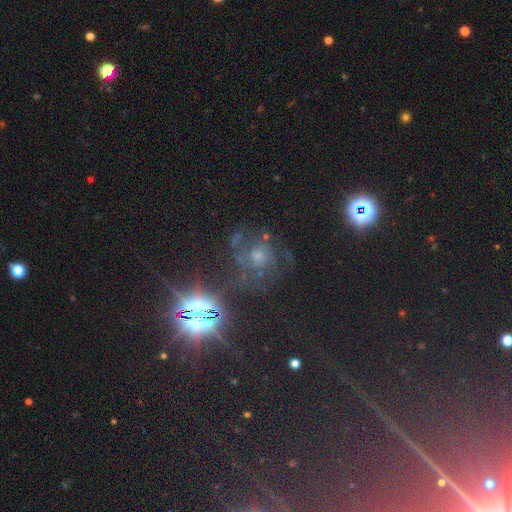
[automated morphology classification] smooth-or-featured: star or artifact: 46% | featured or disk: 39% | smooth: 15%